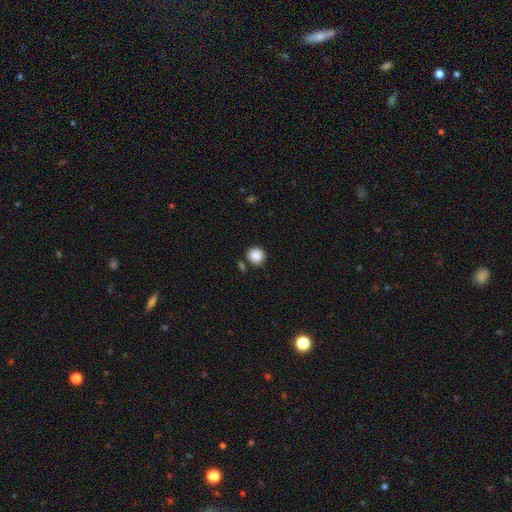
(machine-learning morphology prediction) smooth 88%, star or artifact 9%, featured or disk 3%. Down the decision tree: how rounded — round (92%); merging — none (82%).